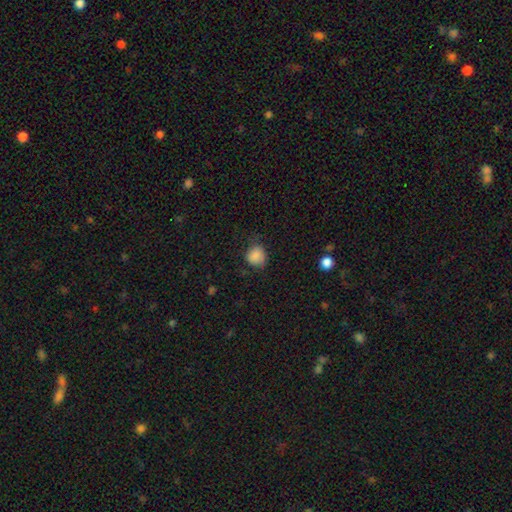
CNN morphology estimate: Smooth or featured?
  - smooth: 84% *
  - star or artifact: 9%
  - featured or disk: 7%
How rounded?
  - round: 72% *
  - in between: 27%
  - cigar-shaped: 1%
Merging?
  - none: 60% *
  - minor disturbance: 29%
  - major disturbance: 9%
  - merger: 1%